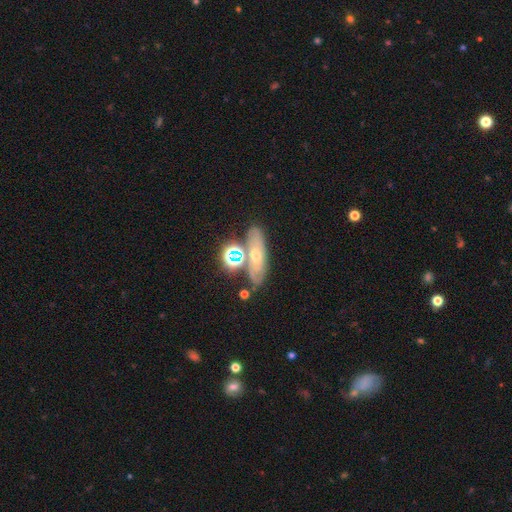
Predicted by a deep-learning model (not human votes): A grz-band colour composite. It shows a featured or disk galaxy (40%). Merging: none (69%).